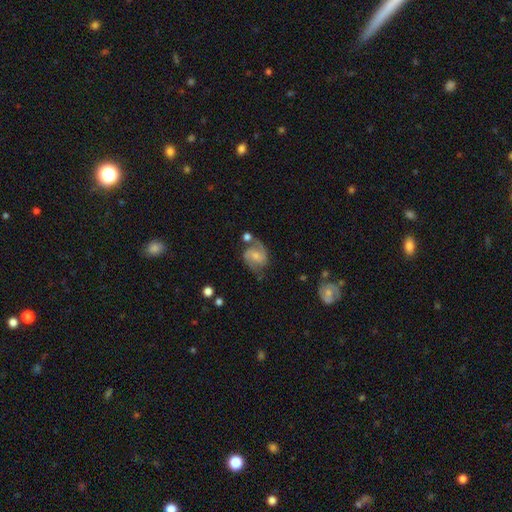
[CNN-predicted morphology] Q: Smooth or featured?
A: featured or disk (77%); runner-up: smooth (16%)
Q: Edge-on disk?
A: no (97%); runner-up: yes (3%)
Q: Bar?
A: weak (47%); runner-up: no (40%)
Q: Spiral arms?
A: yes (94%); runner-up: no (6%)
Q: Spiral winding?
A: medium (54%); runner-up: loose (25%)
Q: Spiral arm count?
A: 2 (89%); runner-up: can't tell (5%)
Q: Bulge size?
A: small (47%); runner-up: moderate (42%)
Q: Merging?
A: none (59%); runner-up: minor disturbance (21%)